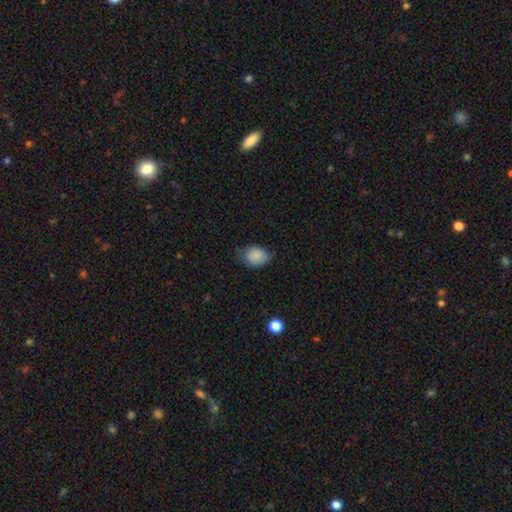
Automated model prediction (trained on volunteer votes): smooth_or_featured: smooth (p=0.85) [alt: star or artifact p=0.08]
how_rounded: in between (p=0.73) [alt: round p=0.26]
merging: none (p=0.58) [alt: minor disturbance p=0.34]